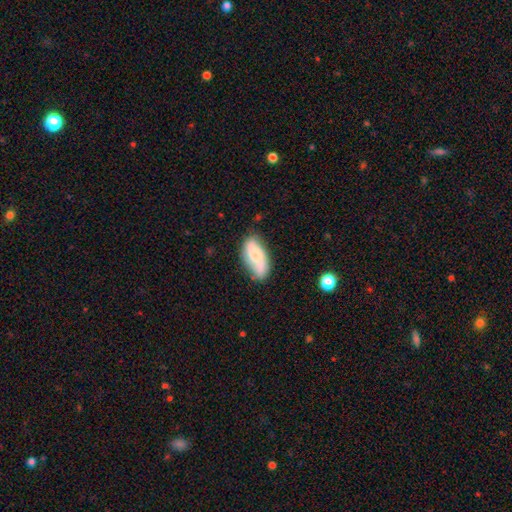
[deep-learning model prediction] smooth-or-featured: smooth: 50% | featured or disk: 43% | star or artifact: 7%
  how-rounded: in between: 87% | cigar-shaped: 9% | round: 3%
  merging: none: 64% | minor disturbance: 25% | major disturbance: 7% | merger: 5%